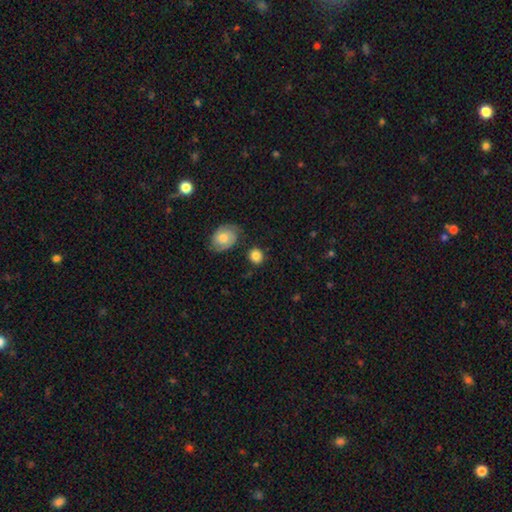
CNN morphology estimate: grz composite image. It shows a smooth galaxy with no disk features (83%) that is round (74%). Merging: none (79%).